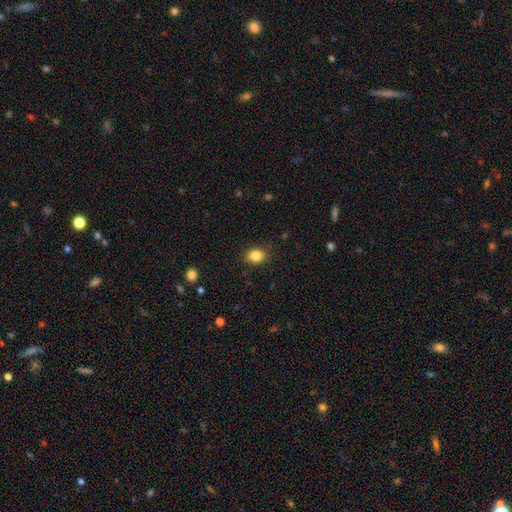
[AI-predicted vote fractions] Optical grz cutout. It shows a smooth galaxy with no disk features (84%) that is in between round and cigar-shaped (56%). Merging: none (85%).